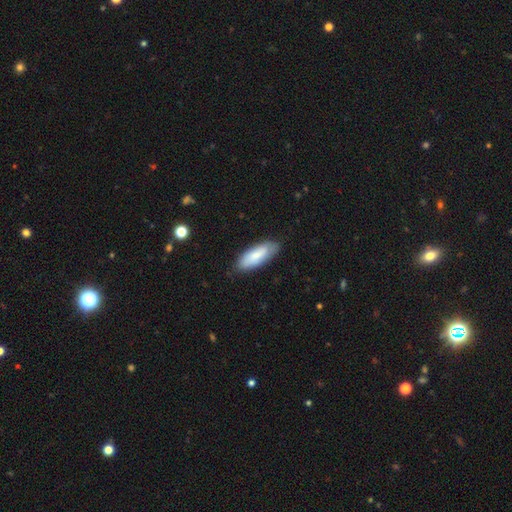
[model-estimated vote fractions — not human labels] A smooth galaxy with no disk features (75%) that is in between round and cigar-shaped (74%).

Vote fractions:
- Smooth or featured? smooth: 75% / featured or disk: 19% / star or artifact: 5%
- How rounded? in between: 74% / cigar-shaped: 24% / round: 2%
- Merging? none: 82% / minor disturbance: 14% / major disturbance: 3% / merger: 1%